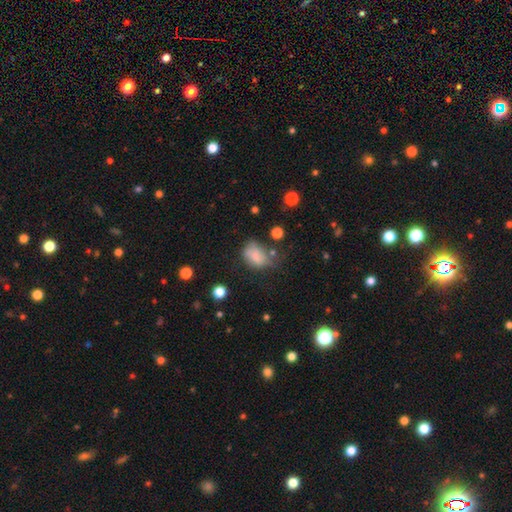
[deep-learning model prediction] smooth_or_featured: smooth (p=0.74) [alt: featured or disk p=0.14]
how_rounded: in between (p=0.79) [alt: round p=0.19]
merging: none (p=0.34) [alt: minor disturbance p=0.33]